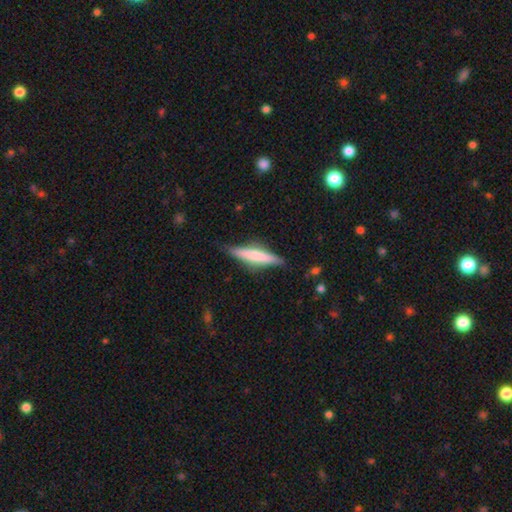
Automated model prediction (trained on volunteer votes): The model was most divided on "smooth or featured": smooth: 53%, featured or disk: 41%, star or artifact: 6%. More confident: how rounded — cigar-shaped (86%); merging — none (82%).